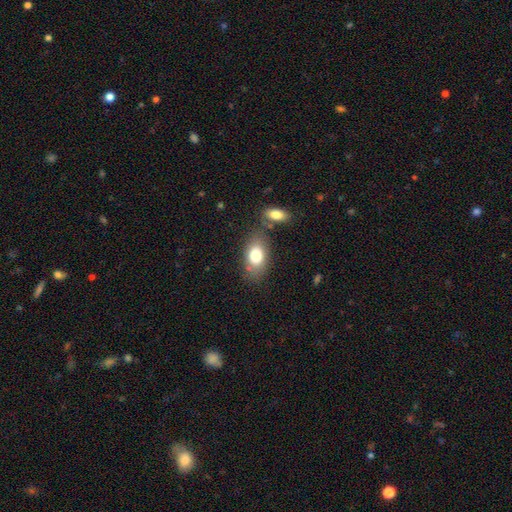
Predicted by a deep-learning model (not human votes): Smooth or featured? smooth (79%)
How rounded? in between (88%)
Merging? none (69%)